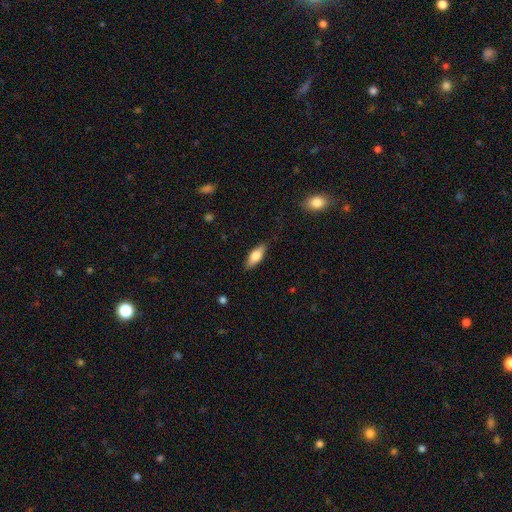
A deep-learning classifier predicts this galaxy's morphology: Smooth or featured? smooth (75%)
How rounded? in between (73%)
Merging? none (85%)